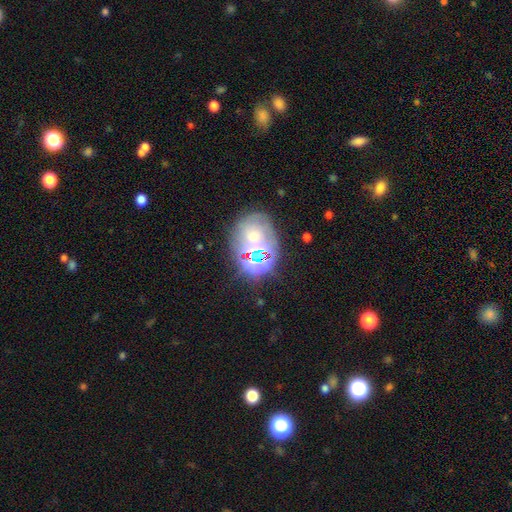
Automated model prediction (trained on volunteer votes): A star or artifact, not a galaxy (50%).